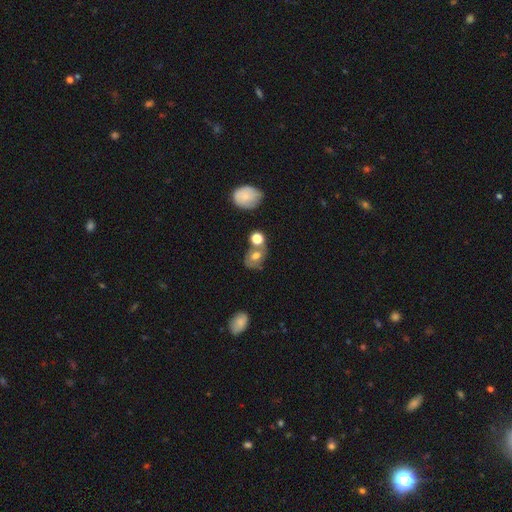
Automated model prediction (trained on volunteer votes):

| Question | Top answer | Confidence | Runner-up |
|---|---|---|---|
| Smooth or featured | smooth | 58% | featured or disk (31%) |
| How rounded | in between | 59% | round (40%) |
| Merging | none | 46% | merger (29%) |